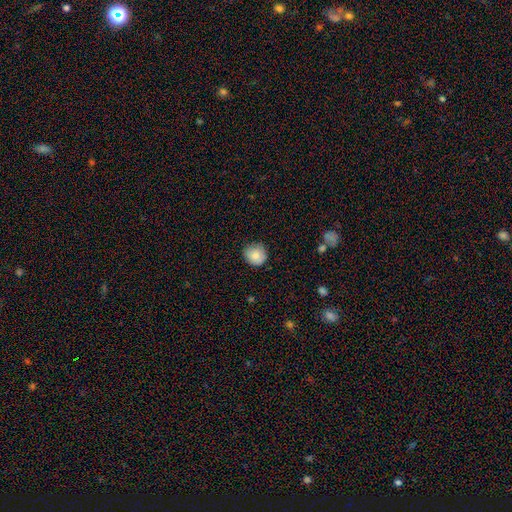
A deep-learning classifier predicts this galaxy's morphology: Smooth or featured: smooth — 83% (featured or disk — 9%)
How rounded: round — 89% (in between — 10%)
Merging: none — 79% (minor disturbance — 17%)